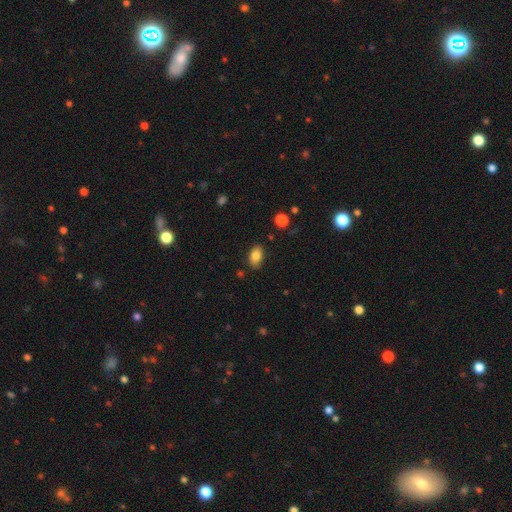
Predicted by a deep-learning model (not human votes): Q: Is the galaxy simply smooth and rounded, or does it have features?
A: smooth — 84%.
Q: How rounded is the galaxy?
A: in between — 89%.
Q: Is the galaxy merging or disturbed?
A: none — 83%.